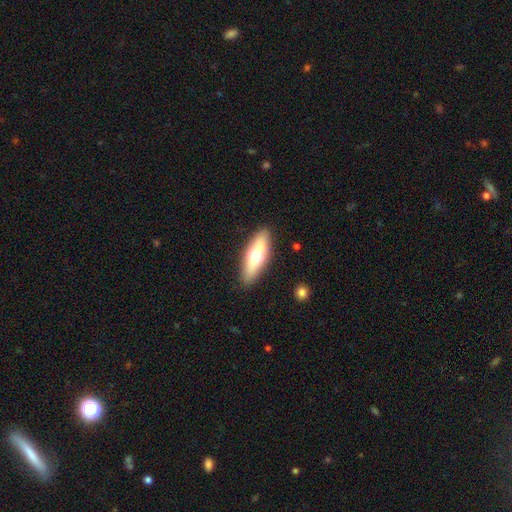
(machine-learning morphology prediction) Overall: smooth (59%; featured or disk 35%). How rounded: in between (56%; cigar-shaped 41%). Merging: none (88%).